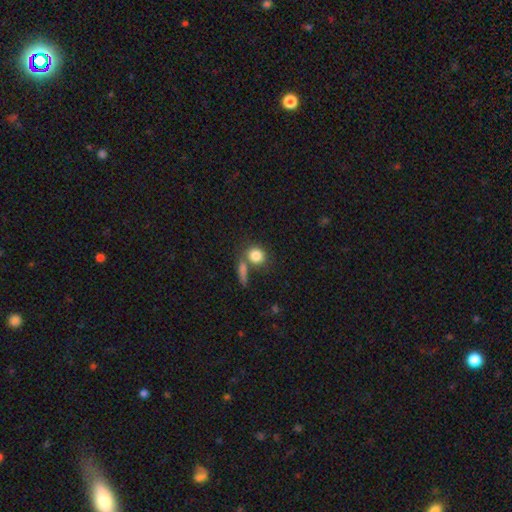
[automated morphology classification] smooth 83%, star or artifact 9%, featured or disk 8%. Down the decision tree: how rounded — round (77%); merging — none (53%).